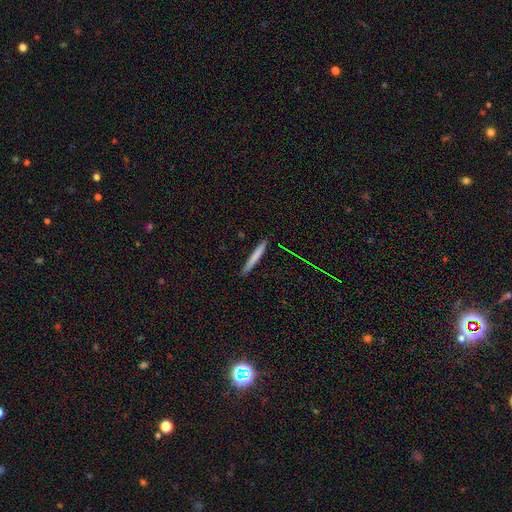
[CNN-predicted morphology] A smooth galaxy with no disk features (72%) that is cigar-shaped (96%). Merging: none (89%).